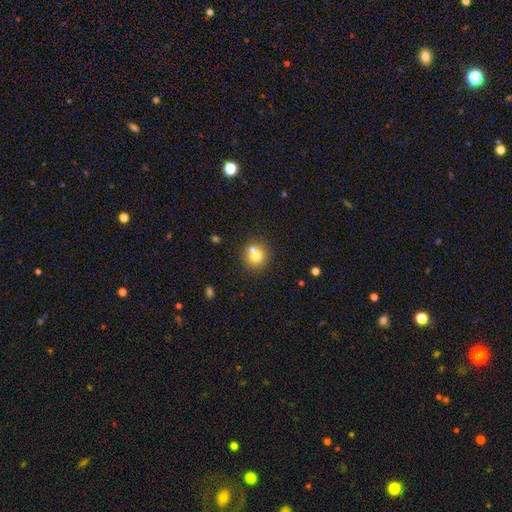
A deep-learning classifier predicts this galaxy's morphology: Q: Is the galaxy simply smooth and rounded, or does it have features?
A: smooth — 73%.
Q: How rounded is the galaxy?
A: round — 88%.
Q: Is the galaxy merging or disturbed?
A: none — 57%.